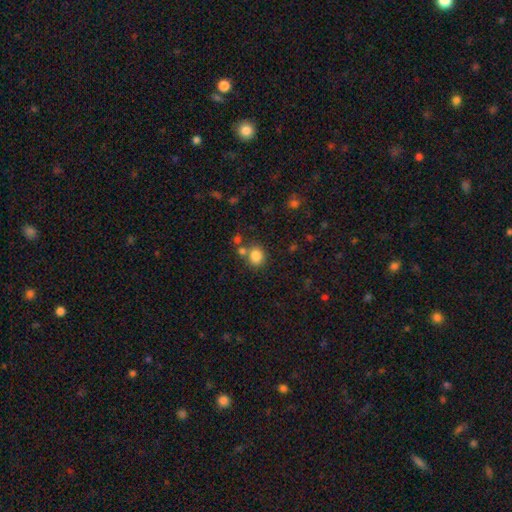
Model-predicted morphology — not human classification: A smooth galaxy with no disk features (83%) that is round (73%).

Vote fractions:
- Smooth or featured? smooth: 83% / star or artifact: 11% / featured or disk: 6%
- How rounded? round: 73% / in between: 26% / cigar-shaped: 1%
- Merging? none: 68% / merger: 17% / minor disturbance: 11% / major disturbance: 4%